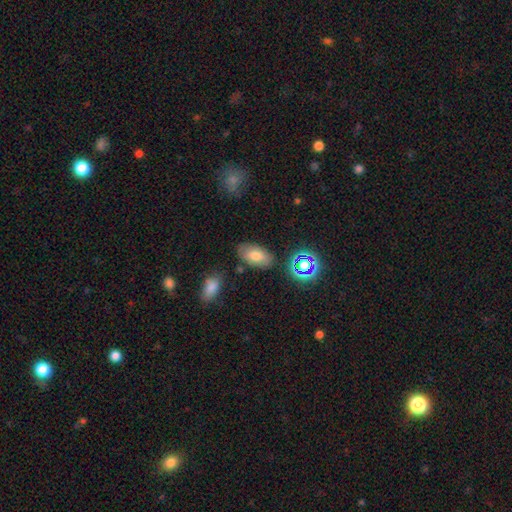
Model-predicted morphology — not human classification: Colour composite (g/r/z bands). It shows a smooth galaxy with no disk features (72%) that is in between round and cigar-shaped (92%). Merging: none (77%).